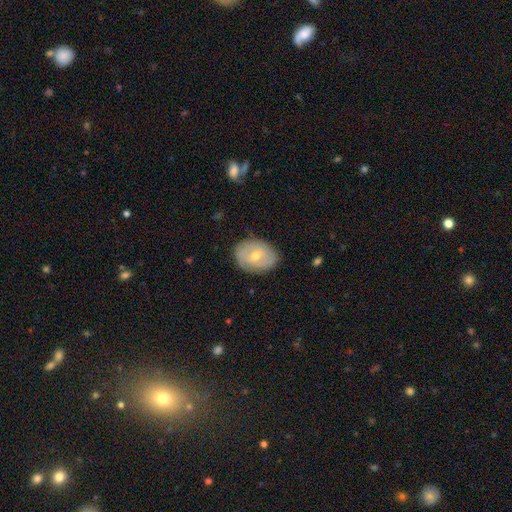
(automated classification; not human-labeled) A featured or disk galaxy (48%).

Vote fractions:
- Smooth or featured? featured or disk: 48% / smooth: 45% / star or artifact: 7%
- Merging? none: 81% / minor disturbance: 15% / major disturbance: 4% / merger: 1%